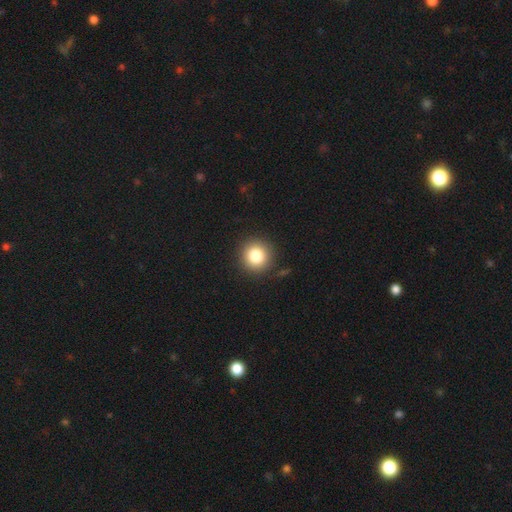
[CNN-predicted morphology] A smooth galaxy with no disk features (82%) that is round (94%). Merging: none (90%).